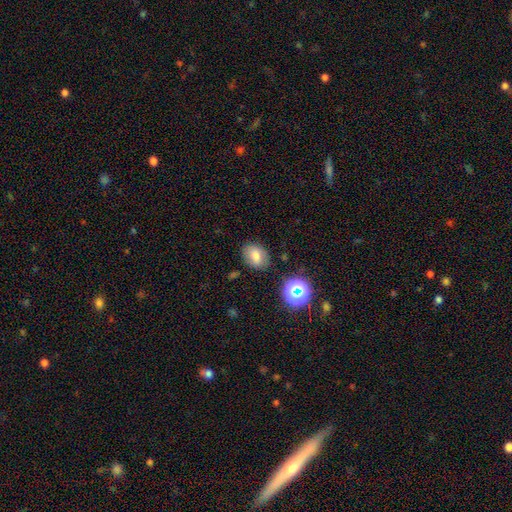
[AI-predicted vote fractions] Smooth or featured? Predicted: smooth (p=0.71). How rounded? Predicted: in between (p=0.69). Merging? Predicted: none (p=0.79).